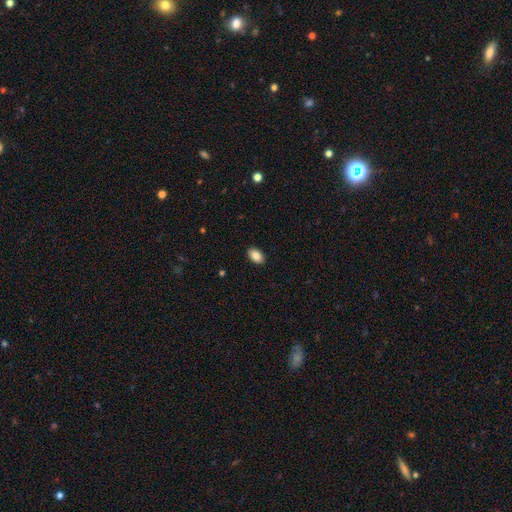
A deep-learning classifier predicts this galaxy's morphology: This appears to be a smooth galaxy with no disk features (86%) that is in between round and cigar-shaped (91%). Merging: none (89%).